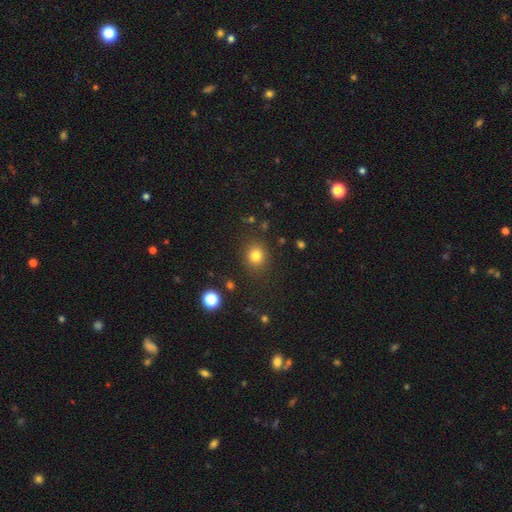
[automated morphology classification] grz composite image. It shows a smooth galaxy with no disk features (81%) that is round (80%). Merging: none (86%).